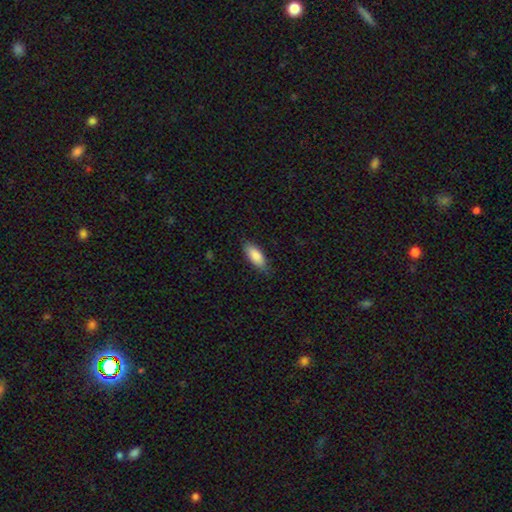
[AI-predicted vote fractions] This is clearly a smooth galaxy (87%). How rounded: likely in between (79%). Merging: clearly none (82%).